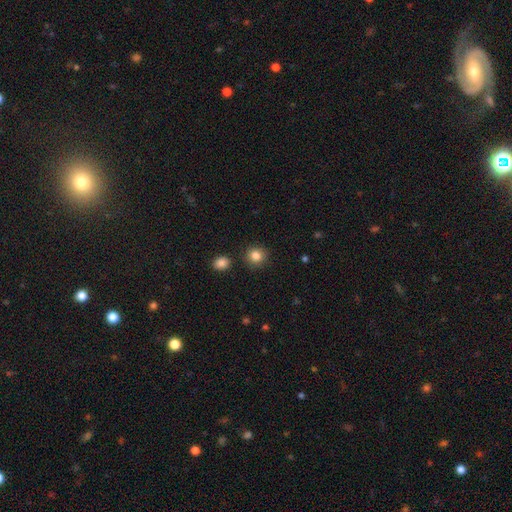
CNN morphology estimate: Smooth or featured? Predicted: smooth (p=0.85). How rounded? Predicted: round (p=0.88). Merging? Predicted: none (p=0.88).